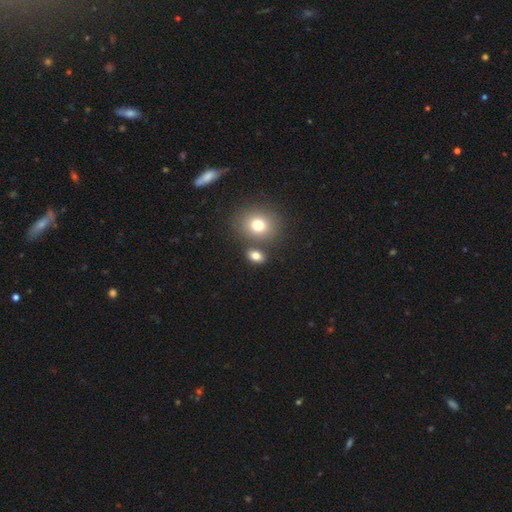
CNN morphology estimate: smooth-or-featured: smooth: 79% | star or artifact: 12% | featured or disk: 9%
  how-rounded: in between: 68% | round: 30% | cigar-shaped: 2%
  merging: none: 68% | merger: 17% | minor disturbance: 10% | major disturbance: 4%